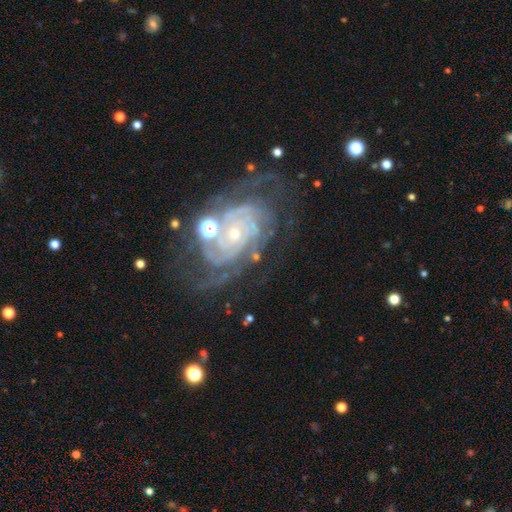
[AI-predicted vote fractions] Smooth or featured: featured or disk — 89% (star or artifact — 7%)
Edge-on disk: no — 97% (yes — 3%)
Bar: no — 75% (weak — 18%)
Spiral arms: yes — 97% (no — 3%)
Spiral winding: tight — 75% (medium — 21%)
Spiral arm count: can't tell — 24% (3 — 20%)
Bulge size: small — 73% (moderate — 23%)
Merging: none — 62% (minor disturbance — 19%)